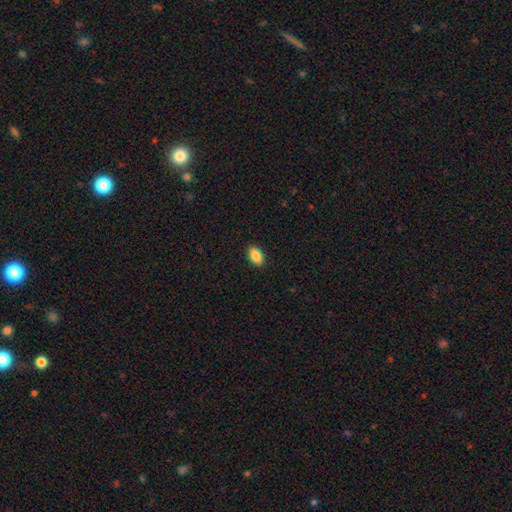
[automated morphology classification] This appears to be a smooth galaxy with no disk features (88%) that is in between round and cigar-shaped (92%). Merging: none (90%).